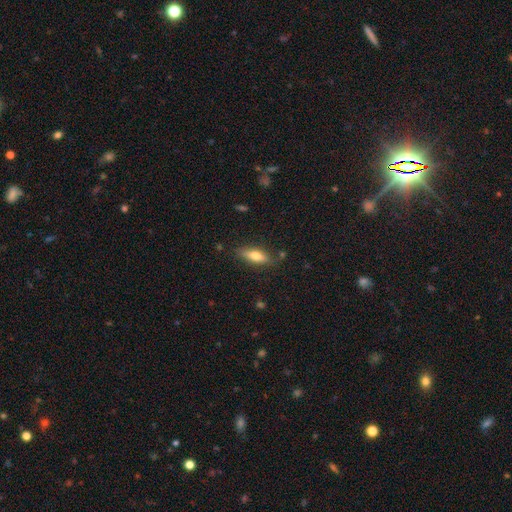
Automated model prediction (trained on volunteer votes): A smooth galaxy with no disk features (67%) that is in between round and cigar-shaped (53%).

Vote fractions:
- Smooth or featured? smooth: 67% / featured or disk: 26% / star or artifact: 7%
- How rounded? in between: 53% / cigar-shaped: 44% / round: 3%
- Merging? none: 81% / minor disturbance: 14% / major disturbance: 3% / merger: 2%